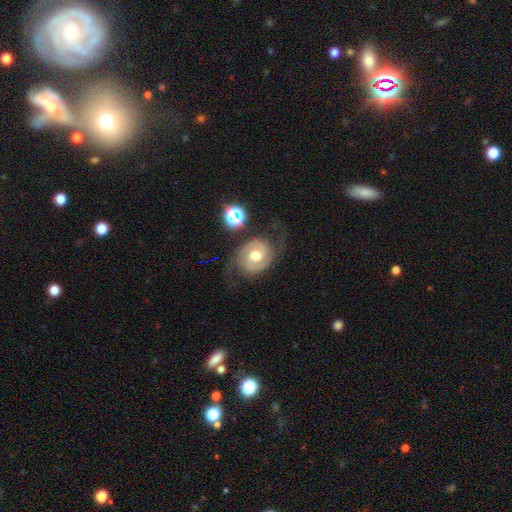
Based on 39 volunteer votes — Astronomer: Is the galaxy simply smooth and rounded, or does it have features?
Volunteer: featured or disk — 82%.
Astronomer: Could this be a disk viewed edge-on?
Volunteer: no — 97%.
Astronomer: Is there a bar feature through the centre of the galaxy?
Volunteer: no — 68%.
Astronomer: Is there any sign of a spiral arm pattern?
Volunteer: yes — 87%.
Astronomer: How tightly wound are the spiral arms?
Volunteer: loose — 44% (runner-up: medium, 41%).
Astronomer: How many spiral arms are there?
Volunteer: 2 — 96%.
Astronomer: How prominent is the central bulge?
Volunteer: moderate — 87%.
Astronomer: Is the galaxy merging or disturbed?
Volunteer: none — 72%.